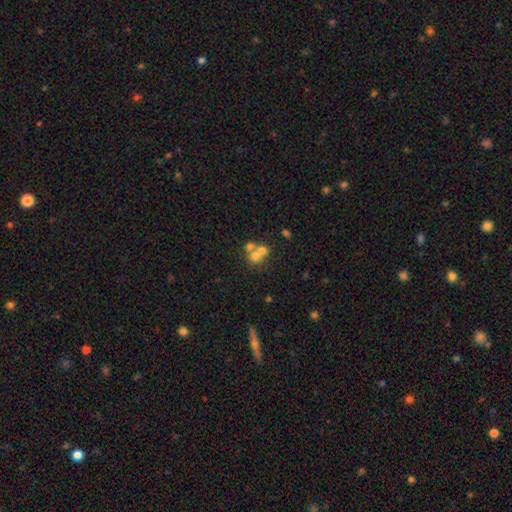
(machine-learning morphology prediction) This appears to be a smooth galaxy with no disk features (59%) that is round (79%). Merging: merger (59%).